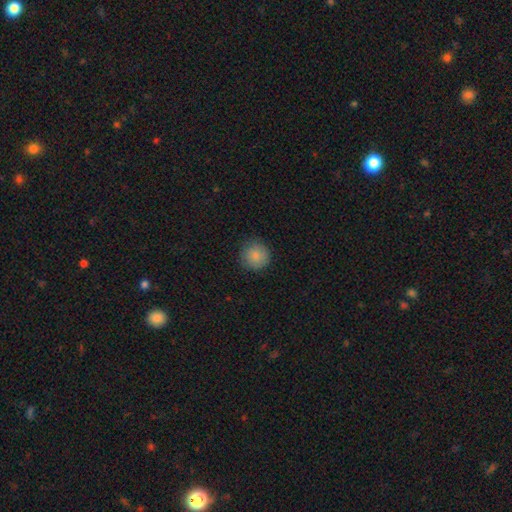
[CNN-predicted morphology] Smooth or featured: smooth — 87% (star or artifact — 8%)
How rounded: round — 94% (in between — 5%)
Merging: none — 87% (minor disturbance — 10%)